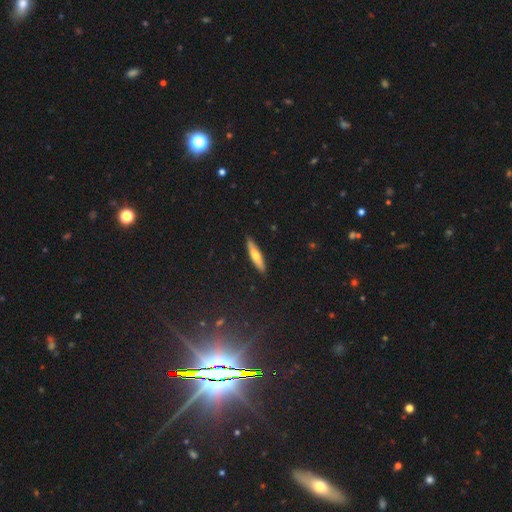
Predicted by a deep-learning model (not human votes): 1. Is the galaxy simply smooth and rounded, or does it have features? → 58% smooth, 36% featured or disk, 6% star or artifact.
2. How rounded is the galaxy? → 81% cigar-shaped, 18% in between, 2% round.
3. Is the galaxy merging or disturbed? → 89% none, 8% minor disturbance, 2% major disturbance, 1% merger.